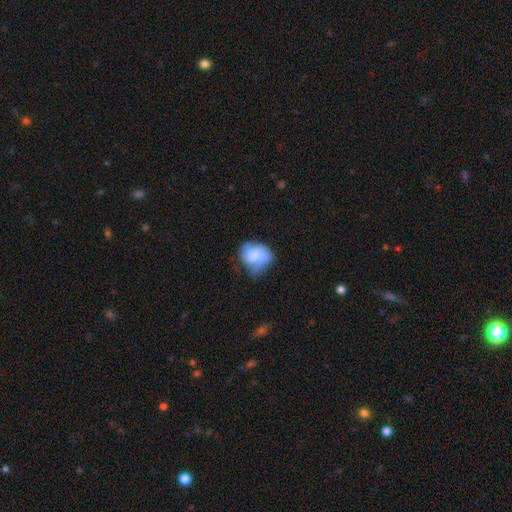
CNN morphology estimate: smooth_or_featured: smooth (p=0.73) [alt: featured or disk p=0.20]
how_rounded: in between (p=0.51) [alt: round p=0.48]
merging: minor disturbance (p=0.41) [alt: none p=0.37]